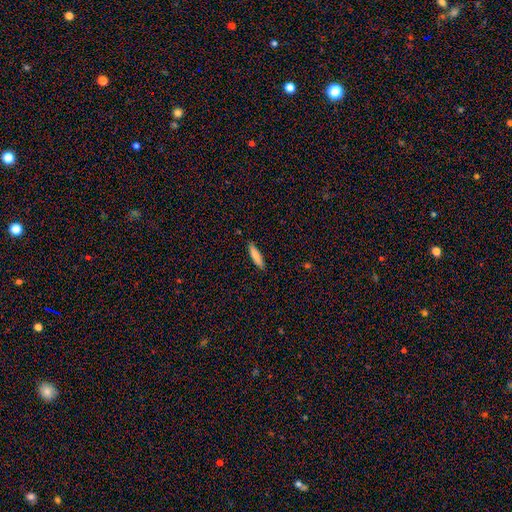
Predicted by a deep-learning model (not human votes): The model was most divided on "how rounded": cigar-shaped: 74%, in between: 24%, round: 1%. More confident: merging — none (88%); smooth or featured — smooth (82%).